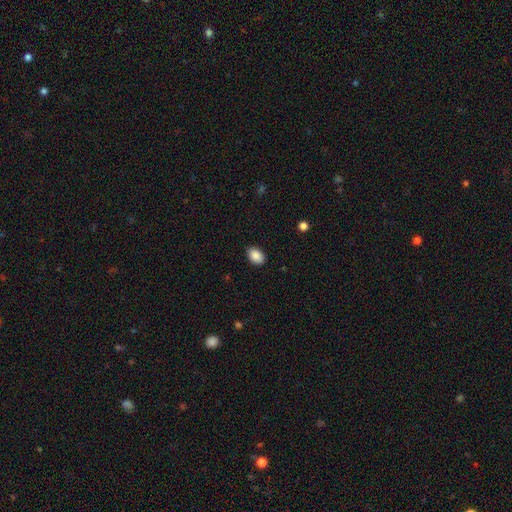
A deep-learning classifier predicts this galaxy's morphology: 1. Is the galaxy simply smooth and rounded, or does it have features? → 89% smooth, 8% star or artifact, 3% featured or disk.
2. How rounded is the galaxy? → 81% in between, 18% round, 1% cigar-shaped.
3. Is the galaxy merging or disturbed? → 88% none, 9% minor disturbance, 2% major disturbance, 1% merger.